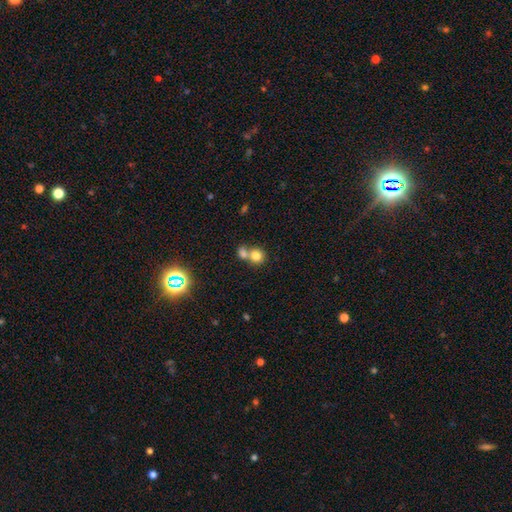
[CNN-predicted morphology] smooth-or-featured: smooth: 78% | star or artifact: 12% | featured or disk: 10%
  how-rounded: round: 83% | in between: 16% | cigar-shaped: 1%
  merging: merger: 53% | none: 38% | minor disturbance: 6% | major disturbance: 3%